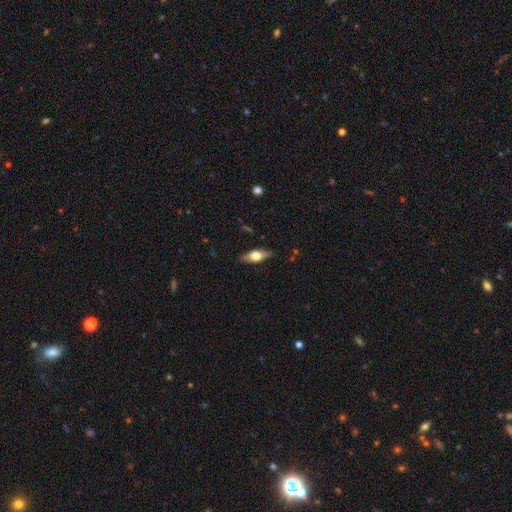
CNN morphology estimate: A smooth galaxy with no disk features (53%) that is in between round and cigar-shaped (68%).

Vote fractions:
- Smooth or featured? smooth: 53% / featured or disk: 41% / star or artifact: 6%
- How rounded? in between: 68% / cigar-shaped: 28% / round: 4%
- Merging? none: 84% / minor disturbance: 12% / major disturbance: 2% / merger: 1%